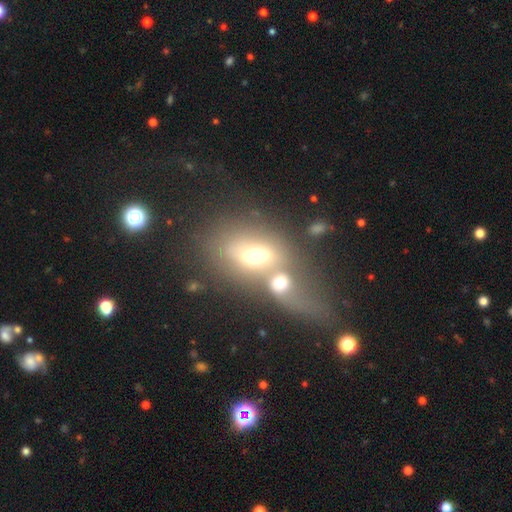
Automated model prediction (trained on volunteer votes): Smooth or featured? smooth (56%)
How rounded? in between (75%)
Merging? merger (69%)